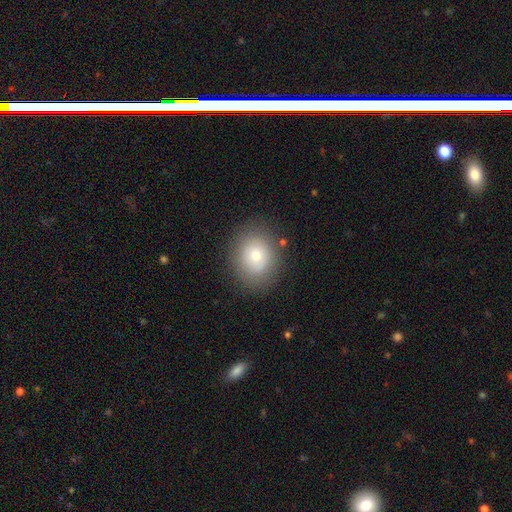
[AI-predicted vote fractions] Smooth or featured? Predicted: smooth (p=0.73). How rounded? Predicted: round (p=0.57). Merging? Predicted: none (p=0.82).